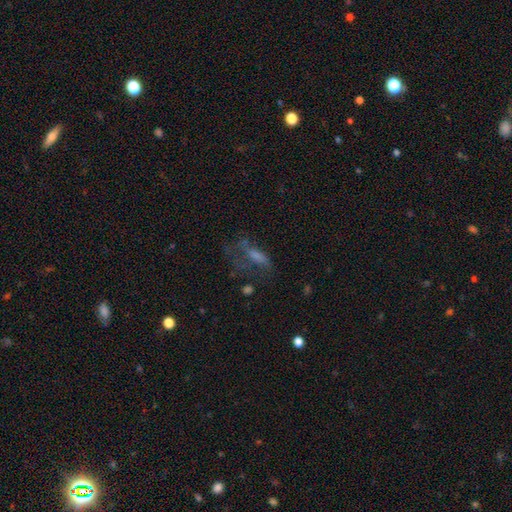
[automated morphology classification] Smooth or featured?
  - smooth: 38% *
  - featured or disk: 37%
  - star or artifact: 24%
Merging?
  - none: 41% *
  - major disturbance: 35%
  - minor disturbance: 20%
  - merger: 4%